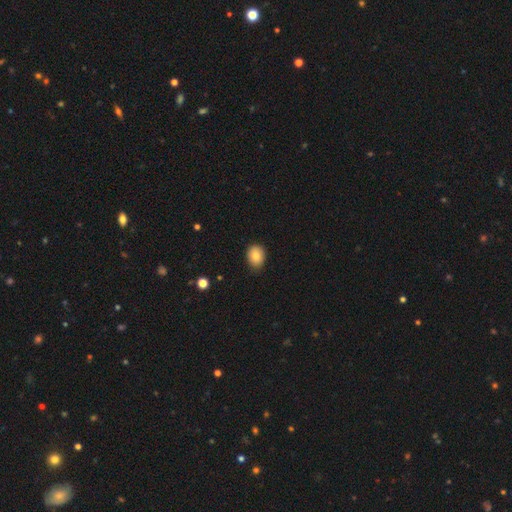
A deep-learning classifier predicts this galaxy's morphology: This appears to be a smooth galaxy with no disk features (83%) that is in between round and cigar-shaped (54%). Merging: none (82%).